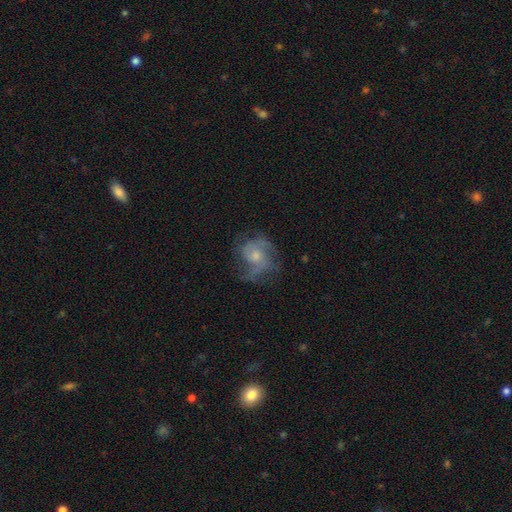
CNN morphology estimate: This appears to be a featured or disk galaxy (66%) with no bar (76%), 2 (34%) medium (47%) spiral arms (80%) and a moderate central bulge (48%). Merging: none (52%).